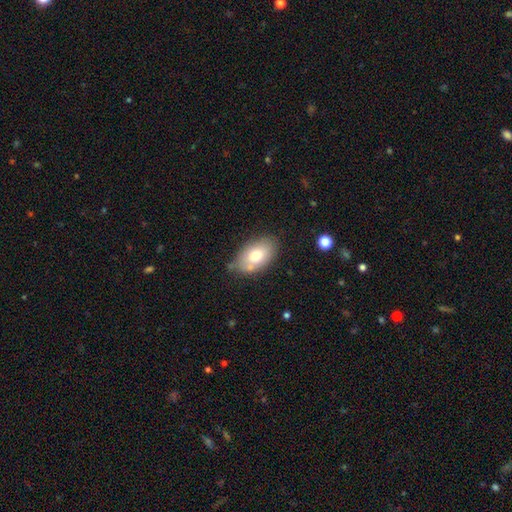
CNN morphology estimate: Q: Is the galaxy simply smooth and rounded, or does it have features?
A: smooth — 73%.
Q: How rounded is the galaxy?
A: in between — 92%.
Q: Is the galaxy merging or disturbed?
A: none — 69%.